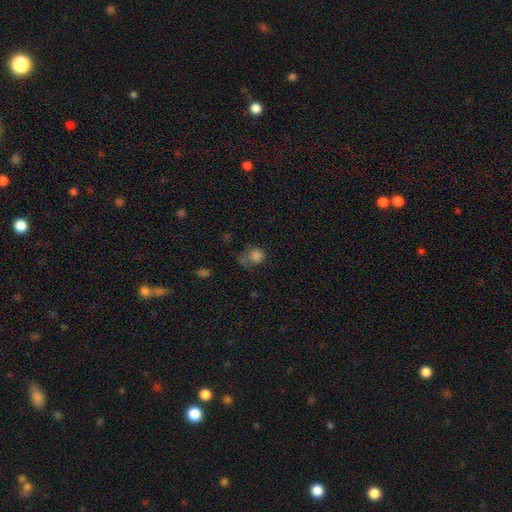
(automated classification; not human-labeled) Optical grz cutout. It shows a smooth galaxy with no disk features (76%) that is round (75%). Merging: none (44%).